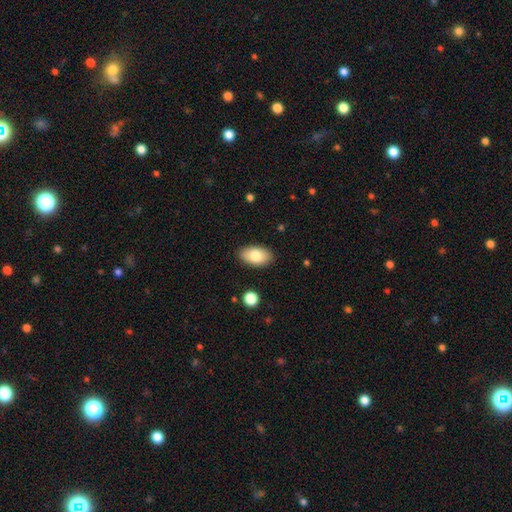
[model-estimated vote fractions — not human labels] The model was most divided on "smooth or featured": smooth: 82%, featured or disk: 11%, star or artifact: 7%. More confident: how rounded — in between (94%); merging — none (87%).